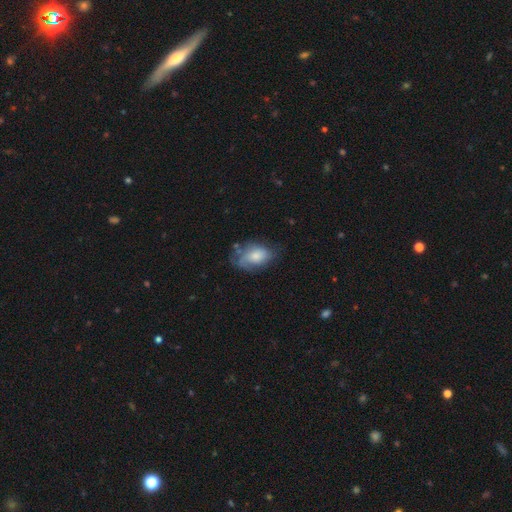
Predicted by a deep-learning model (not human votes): A smooth galaxy with no disk features (66%) that is in between round and cigar-shaped (87%). Merging: none (48%).